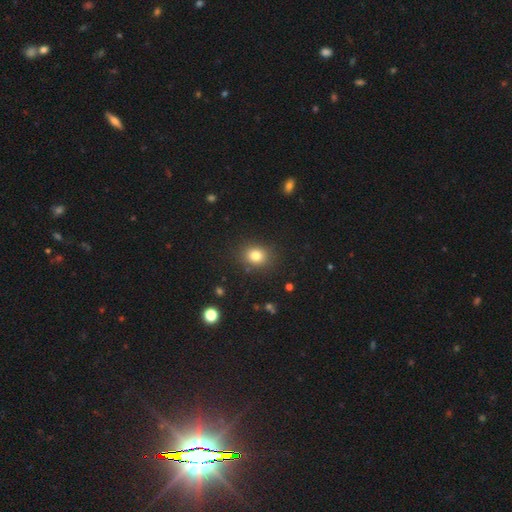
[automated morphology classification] Smooth or featured?
  - smooth: 81% *
  - star or artifact: 12%
  - featured or disk: 7%
How rounded?
  - round: 63% *
  - in between: 36%
  - cigar-shaped: 1%
Merging?
  - none: 87% *
  - minor disturbance: 9%
  - major disturbance: 3%
  - merger: 2%